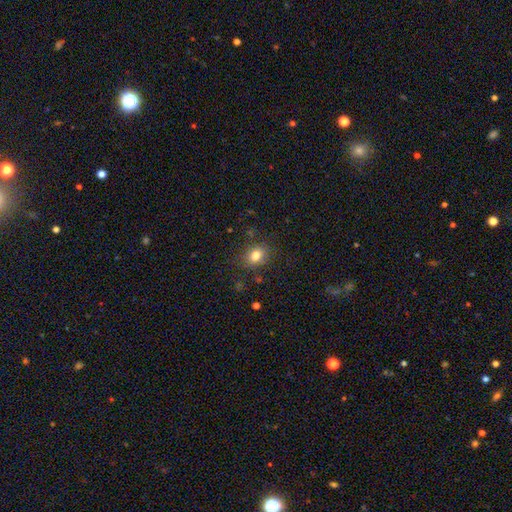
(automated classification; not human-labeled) The model was most divided on "how rounded": in between: 55%, round: 43%, cigar-shaped: 1%. More confident: merging — none (81%); smooth or featured — smooth (81%).